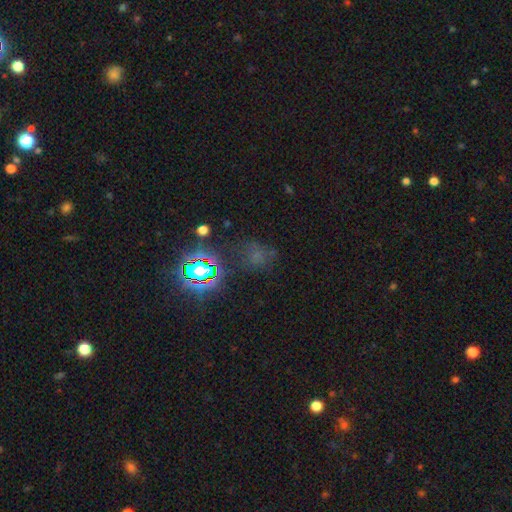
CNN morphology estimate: The model was most divided on "smooth or featured": star or artifact: 57%, smooth: 31%, featured or disk: 12%.